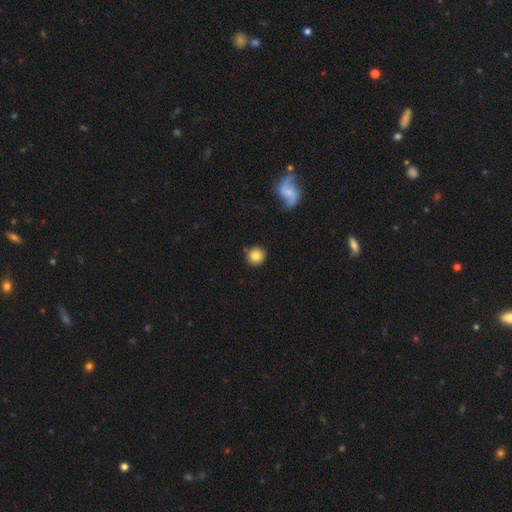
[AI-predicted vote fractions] Smooth or featured? smooth (83%)
How rounded? round (93%)
Merging? none (87%)